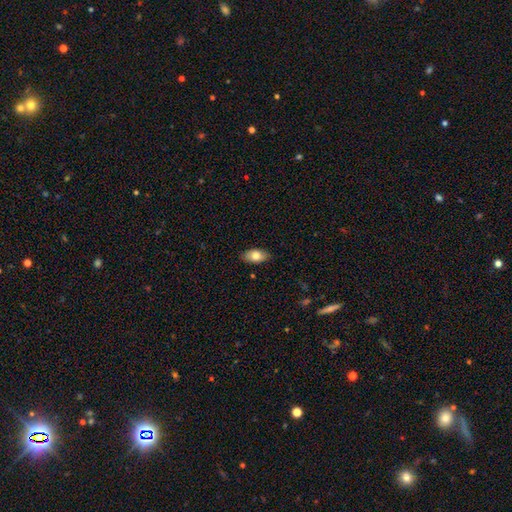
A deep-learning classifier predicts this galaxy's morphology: A smooth galaxy with no disk features (78%) that is in between round and cigar-shaped (92%).

Vote fractions:
- Smooth or featured? smooth: 78% / featured or disk: 16% / star or artifact: 7%
- How rounded? in between: 92% / round: 4% / cigar-shaped: 3%
- Merging? none: 87% / minor disturbance: 10% / major disturbance: 2% / merger: 1%